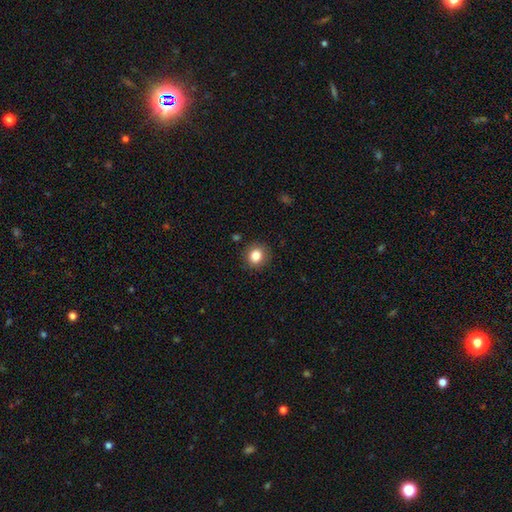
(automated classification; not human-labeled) Smooth or featured? Predicted: smooth (p=0.83). How rounded? Predicted: round (p=0.84). Merging? Predicted: none (p=0.89).